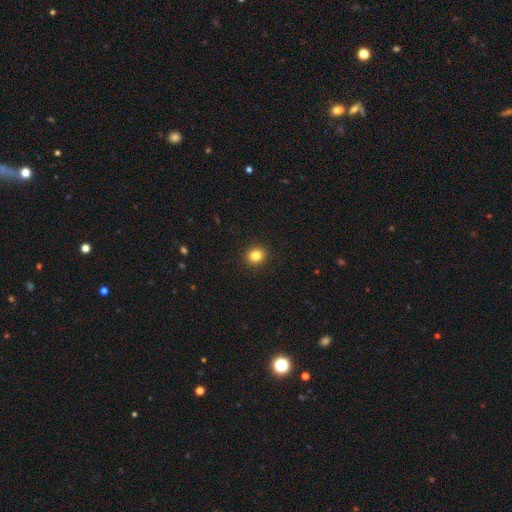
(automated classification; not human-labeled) Smooth or featured? smooth (83%)
How rounded? round (83%)
Merging? none (93%)